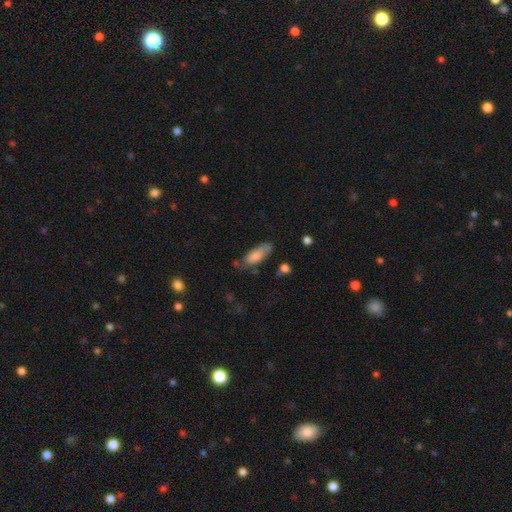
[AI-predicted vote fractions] Smooth or featured: smooth — 79% (featured or disk — 14%)
How rounded: in between — 74% (cigar-shaped — 24%)
Merging: none — 54% (minor disturbance — 31%)